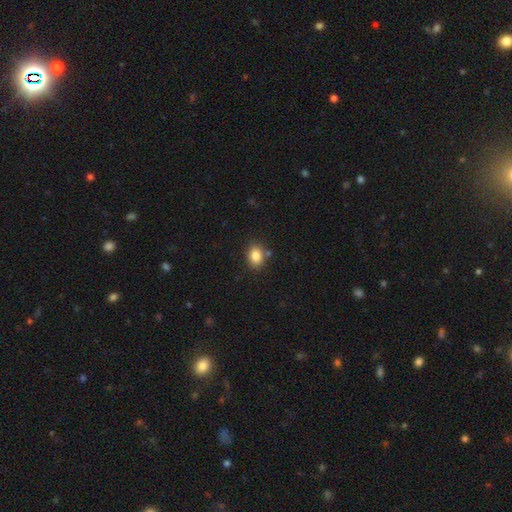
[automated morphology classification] Smooth or featured?
  - smooth: 85% *
  - star or artifact: 9%
  - featured or disk: 5%
How rounded?
  - in between: 65% *
  - round: 34%
  - cigar-shaped: 1%
Merging?
  - none: 79% *
  - minor disturbance: 12%
  - merger: 6%
  - major disturbance: 3%